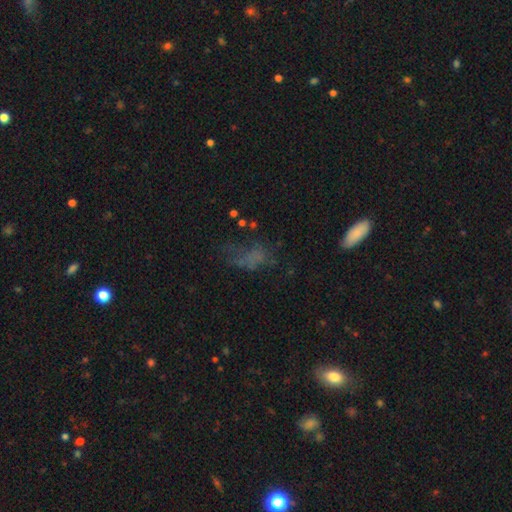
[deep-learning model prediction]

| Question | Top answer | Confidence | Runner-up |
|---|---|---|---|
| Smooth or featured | smooth | 47% | featured or disk (28%) |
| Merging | none | 41% | major disturbance (33%) |